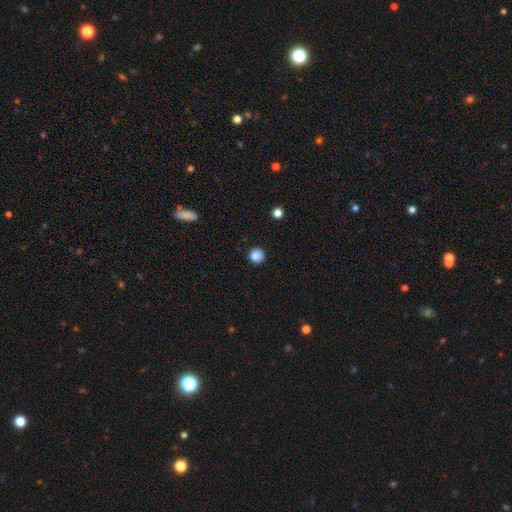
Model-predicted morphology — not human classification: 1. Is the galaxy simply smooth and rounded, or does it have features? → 86% smooth, 10% star or artifact, 3% featured or disk.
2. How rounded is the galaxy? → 94% round, 5% in between, 1% cigar-shaped.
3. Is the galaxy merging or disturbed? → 92% none, 5% minor disturbance, 2% major disturbance, 1% merger.